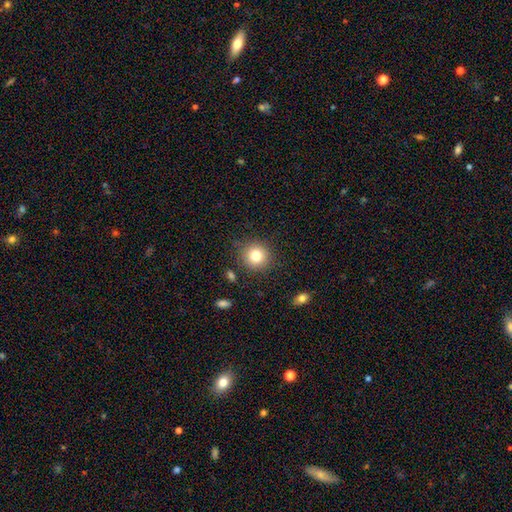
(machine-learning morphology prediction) The model was most divided on "smooth or featured": smooth: 80%, star or artifact: 11%, featured or disk: 9%. More confident: how rounded — round (91%); merging — none (86%).